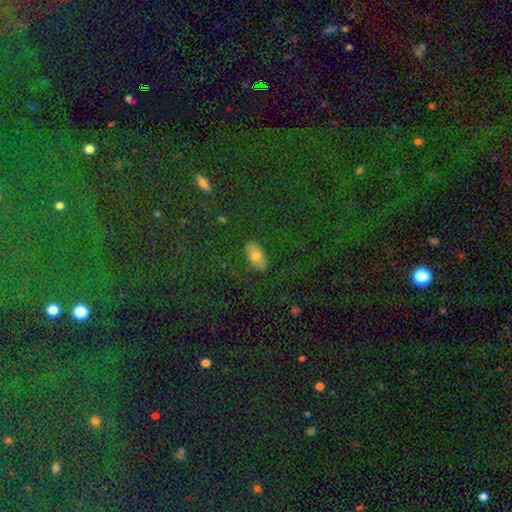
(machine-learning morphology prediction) Q: Smooth or featured?
A: smooth (71%); runner-up: star or artifact (15%)
Q: How rounded?
A: in between (92%); runner-up: round (5%)
Q: Merging?
A: none (86%); runner-up: minor disturbance (10%)